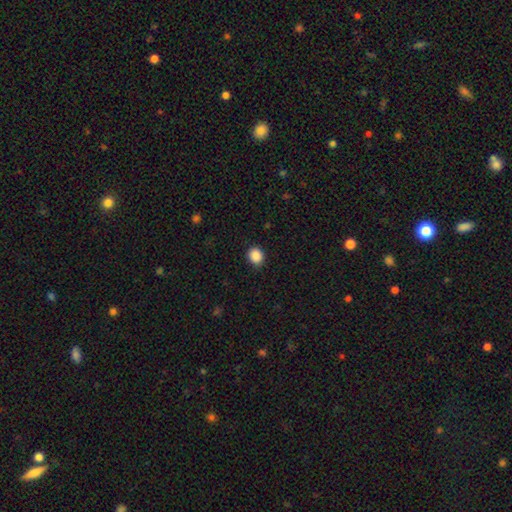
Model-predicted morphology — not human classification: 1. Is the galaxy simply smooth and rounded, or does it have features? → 89% smooth, 9% star or artifact, 2% featured or disk.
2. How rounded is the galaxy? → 74% round, 25% in between, 1% cigar-shaped.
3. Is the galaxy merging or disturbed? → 89% none, 8% minor disturbance, 2% major disturbance, 1% merger.